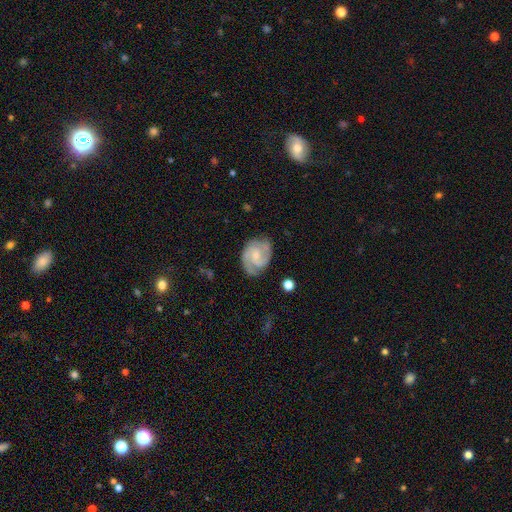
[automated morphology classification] A featured or disk galaxy (85%) with a weak bar (46%), 2 (82%) tight (46%) spiral arms (97%) and a small central bulge (55%). Merging: none (77%).